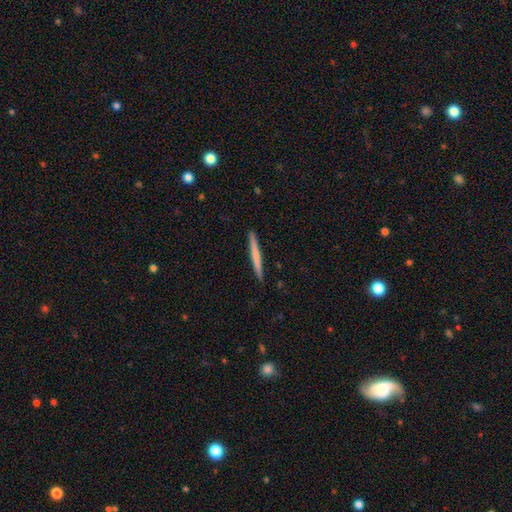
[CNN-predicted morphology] This appears to be a smooth galaxy with no disk features (59%) that is cigar-shaped (97%). Merging: none (92%).